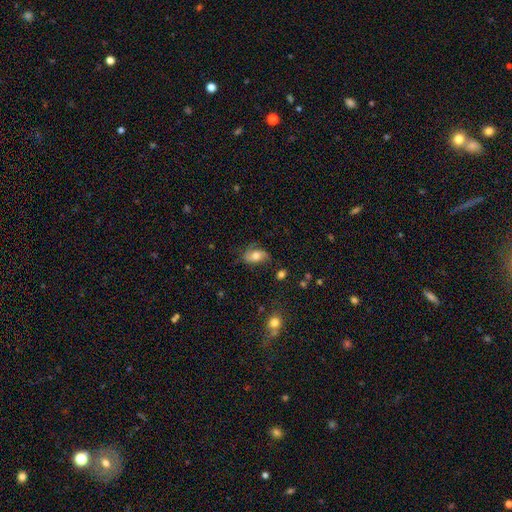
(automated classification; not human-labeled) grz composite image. It shows a featured or disk galaxy (48%). Merging: none (60%).